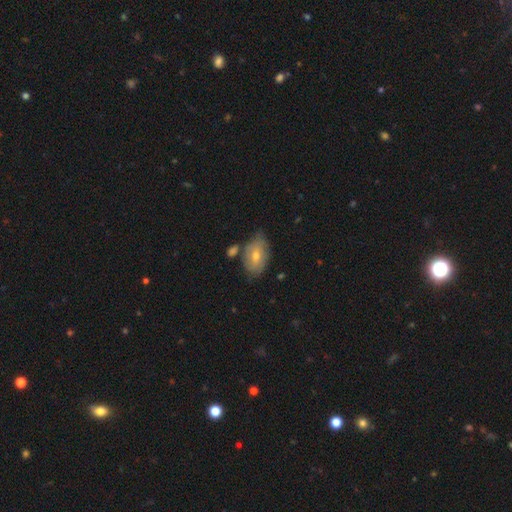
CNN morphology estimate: This appears to be a smooth galaxy with no disk features (52%) that is in between round and cigar-shaped (87%). Merging: none (64%).